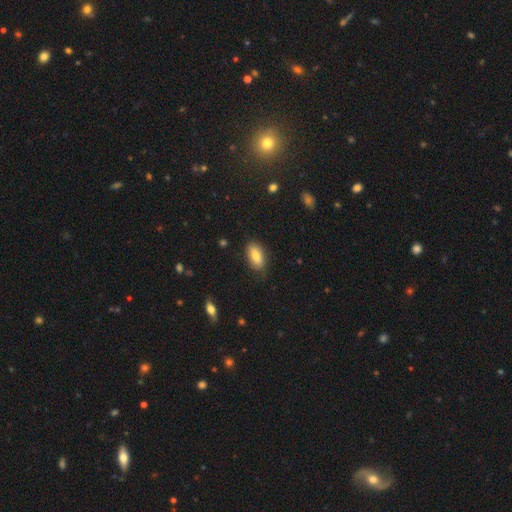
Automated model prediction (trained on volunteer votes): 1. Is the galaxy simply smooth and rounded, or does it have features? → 78% smooth, 15% featured or disk, 7% star or artifact.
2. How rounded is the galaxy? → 90% in between, 6% cigar-shaped, 4% round.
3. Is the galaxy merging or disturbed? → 76% none, 19% minor disturbance, 4% major disturbance, 1% merger.